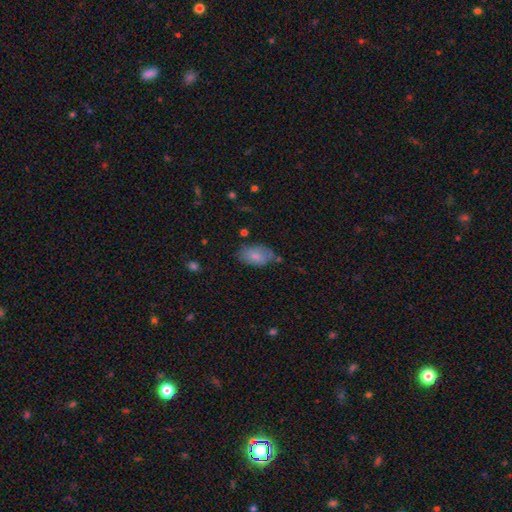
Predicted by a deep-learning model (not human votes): This appears to be a smooth galaxy with no disk features (78%) that is in between round and cigar-shaped (93%). Merging: none (66%).